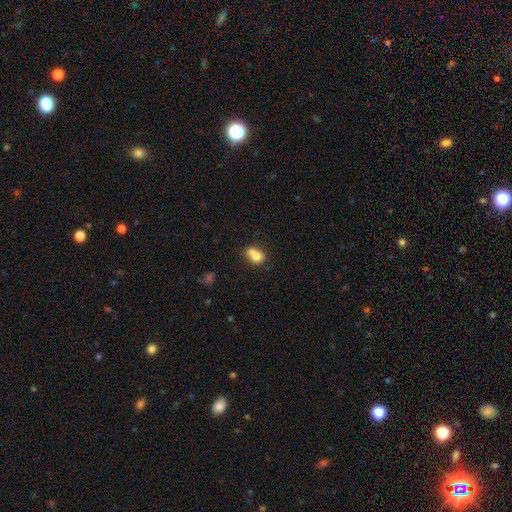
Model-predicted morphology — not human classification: A smooth galaxy with no disk features (73%) that is round (56%). Merging: merger (57%).